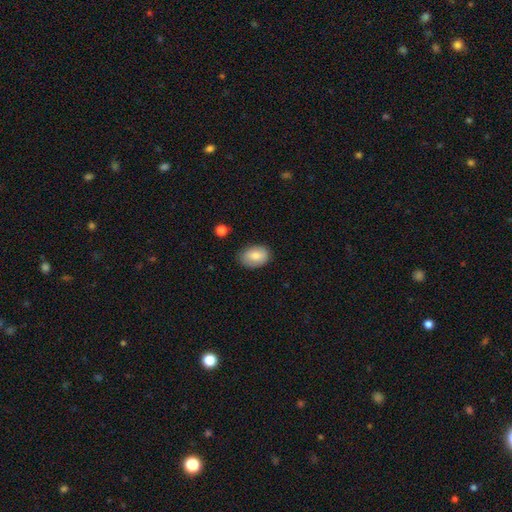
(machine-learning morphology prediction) This appears to be a smooth galaxy with no disk features (81%) that is in between round and cigar-shaped (84%). Merging: none (81%).